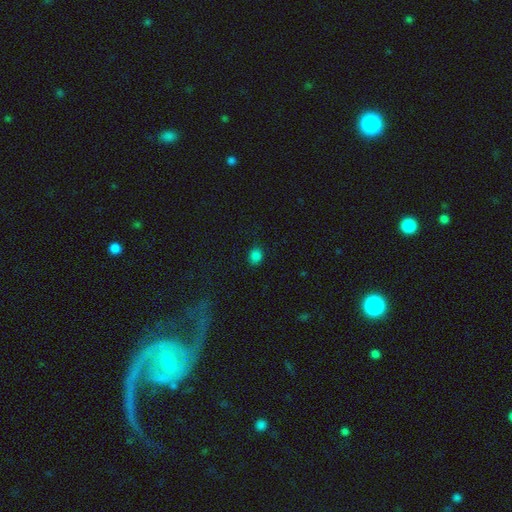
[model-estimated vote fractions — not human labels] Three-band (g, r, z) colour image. It shows a smooth galaxy with no disk features (82%) that is round (53%). Merging: none (85%).